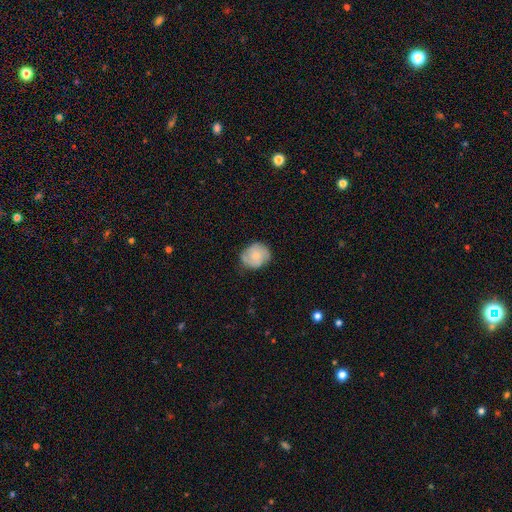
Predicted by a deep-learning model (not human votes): A smooth galaxy with no disk features (52%) that is round (72%). Merging: none (71%).